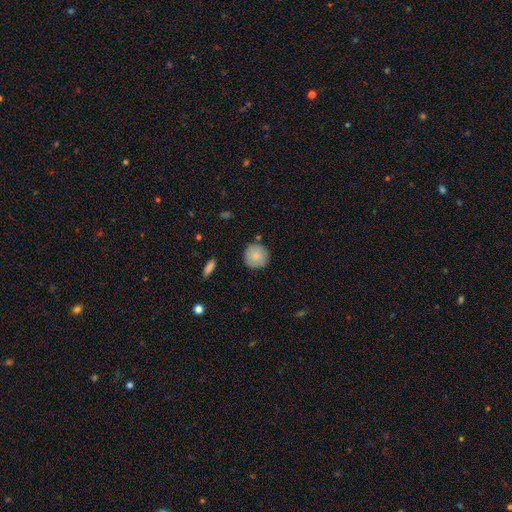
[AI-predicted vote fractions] Q: Smooth or featured?
A: smooth (83%); runner-up: featured or disk (10%)
Q: How rounded?
A: round (94%); runner-up: in between (5%)
Q: Merging?
A: none (86%); runner-up: minor disturbance (10%)